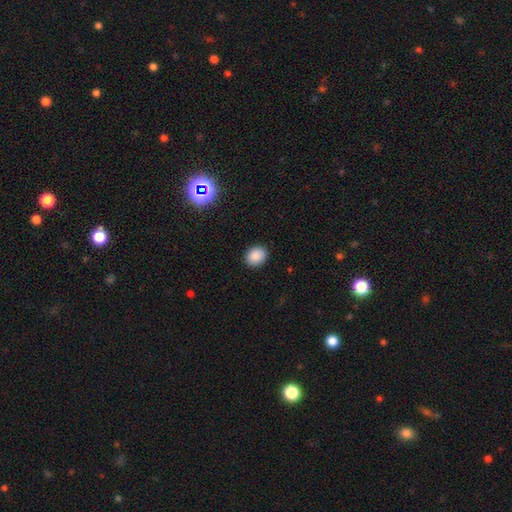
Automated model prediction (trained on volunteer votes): Overall: smooth (87%). How rounded: round (55%; in between 44%). Merging: none (90%).